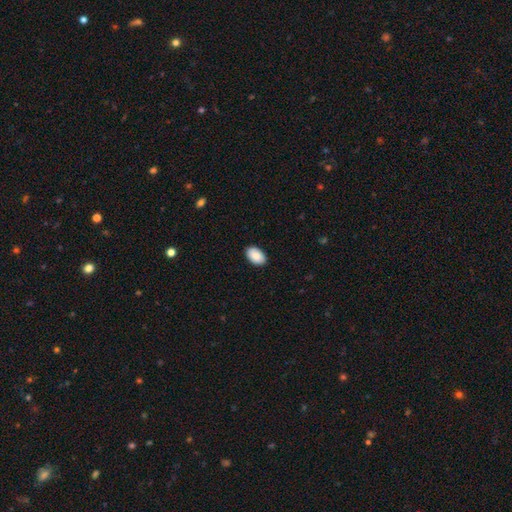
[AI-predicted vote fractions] smooth_or_featured: smooth (p=0.89) [alt: star or artifact p=0.06]
how_rounded: in between (p=0.92) [alt: round p=0.07]
merging: none (p=0.90) [alt: minor disturbance p=0.08]